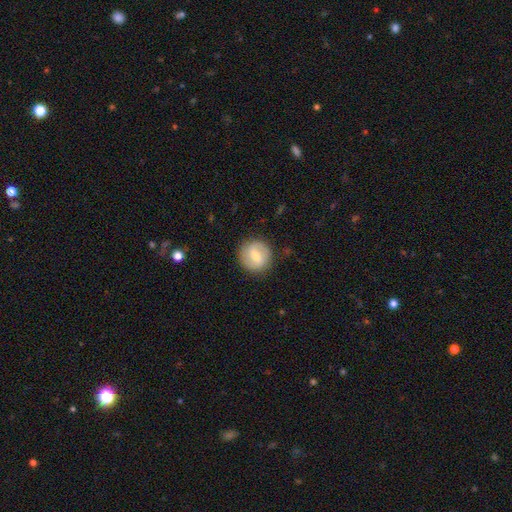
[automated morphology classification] This is possibly a featured or disk galaxy (50%). It is clearly not viewed edge-on (96%). Merging: clearly none (87%).